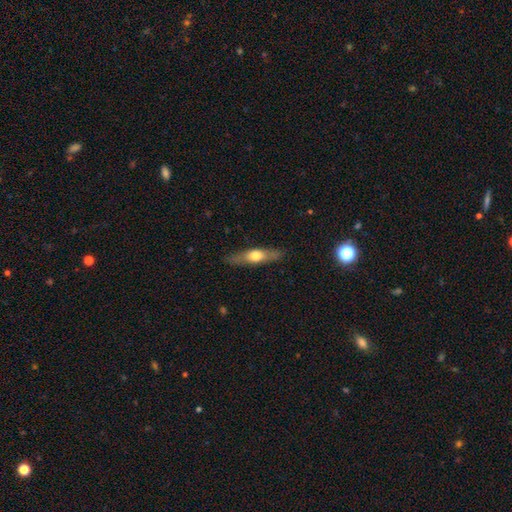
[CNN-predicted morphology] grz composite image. It shows a featured or disk galaxy (47%, tied with smooth). Merging: none (85%).